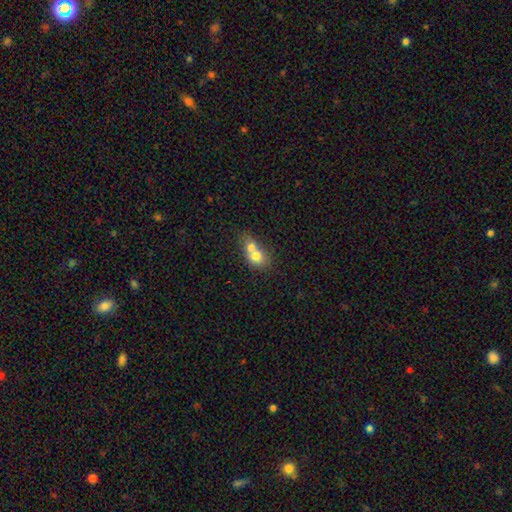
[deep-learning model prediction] Smooth or featured? Predicted: smooth (p=0.69). How rounded? Predicted: round (p=0.58). Merging? Predicted: merger (p=0.75).